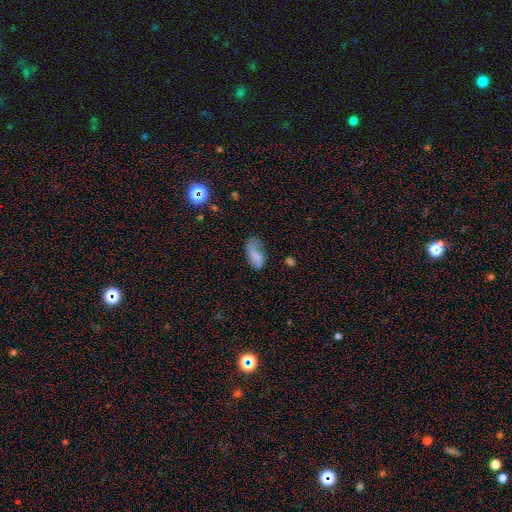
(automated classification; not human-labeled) smooth-or-featured: smooth: 73% | featured or disk: 18% | star or artifact: 9%
  how-rounded: in between: 92% | cigar-shaped: 4% | round: 3%
  merging: none: 44% | minor disturbance: 33% | major disturbance: 20% | merger: 3%